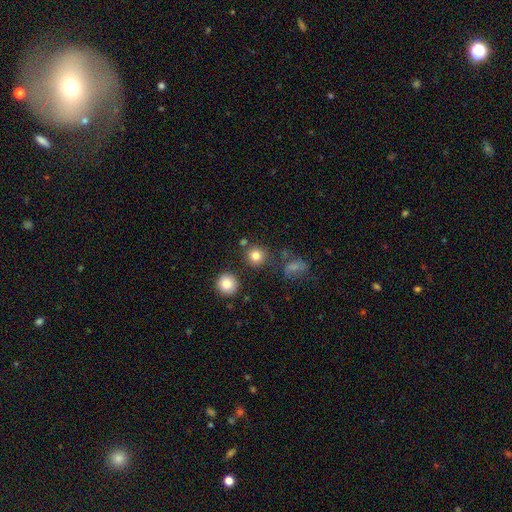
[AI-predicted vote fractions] Q: Smooth or featured?
A: smooth (81%); runner-up: star or artifact (12%)
Q: How rounded?
A: round (92%); runner-up: in between (7%)
Q: Merging?
A: none (82%); runner-up: minor disturbance (8%)